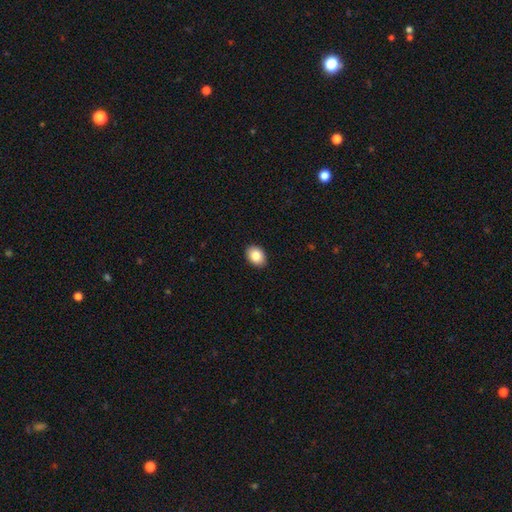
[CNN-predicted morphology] Smooth or featured: smooth — 85% (star or artifact — 8%)
How rounded: in between — 74% (round — 25%)
Merging: none — 90% (minor disturbance — 8%)